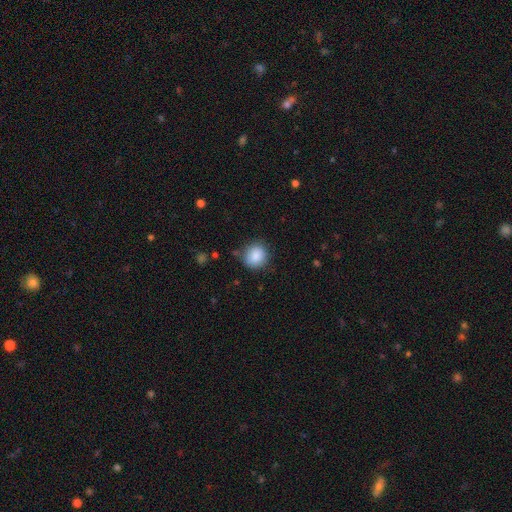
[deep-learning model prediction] The model was most divided on "how rounded": round: 83%, in between: 16%, cigar-shaped: 1%. More confident: smooth or featured — smooth (87%); merging — none (82%).